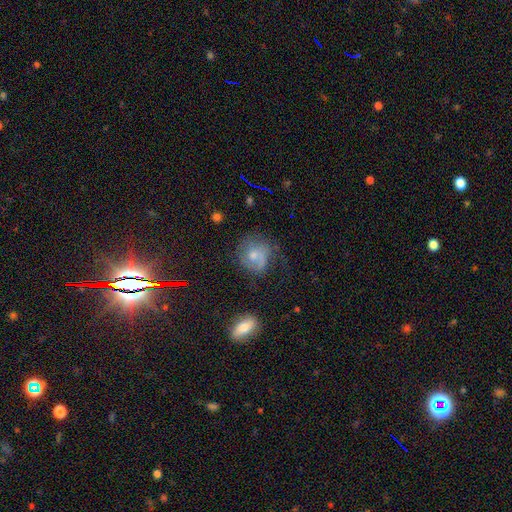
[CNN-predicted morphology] Smooth or featured?
  - smooth: 48% *
  - featured or disk: 41%
  - star or artifact: 11%
Merging?
  - none: 46% *
  - major disturbance: 25%
  - minor disturbance: 25%
  - merger: 4%